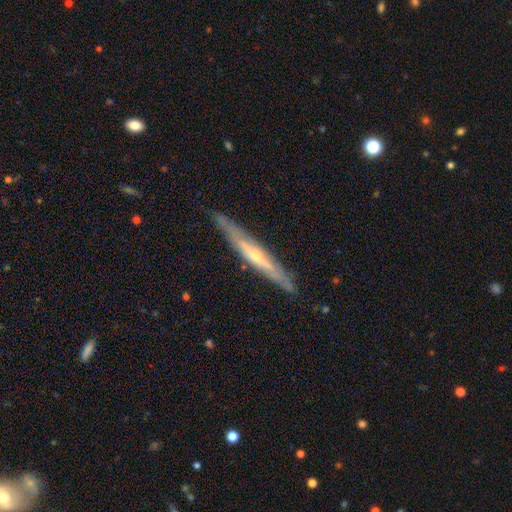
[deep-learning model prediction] Smooth or featured? featured or disk (71%)
Edge-on disk? yes (88%)
Edge-on bulge? rounded (68%)
Merging? none (84%)